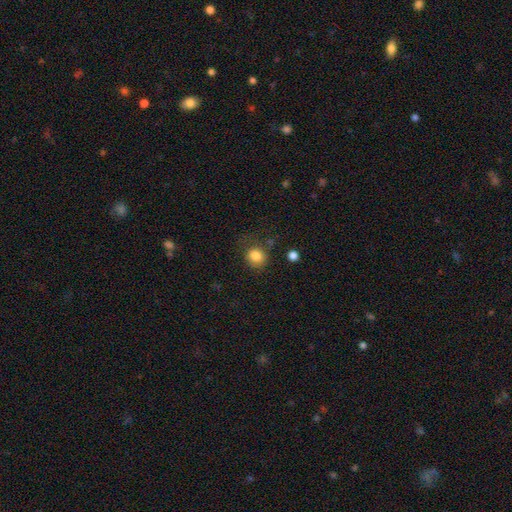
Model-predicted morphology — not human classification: Smooth or featured?
  - smooth: 84% *
  - star or artifact: 11%
  - featured or disk: 6%
How rounded?
  - round: 81% *
  - in between: 18%
  - cigar-shaped: 1%
Merging?
  - none: 72% *
  - minor disturbance: 17%
  - major disturbance: 7%
  - merger: 4%